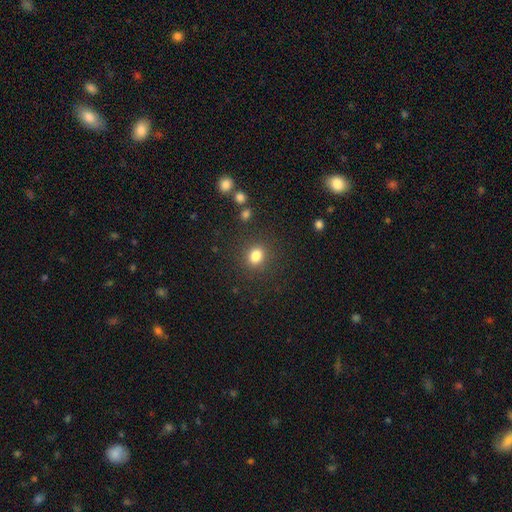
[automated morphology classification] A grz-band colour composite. It shows a smooth galaxy with no disk features (82%) that is round (61%). Merging: none (84%).